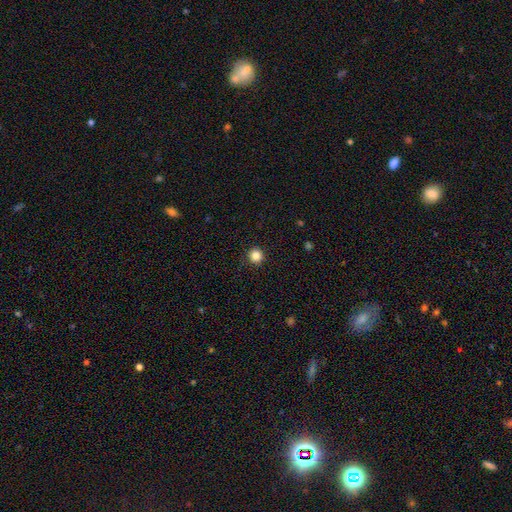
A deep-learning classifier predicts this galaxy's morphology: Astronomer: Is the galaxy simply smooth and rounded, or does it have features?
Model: smooth — 85%.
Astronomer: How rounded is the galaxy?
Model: round — 95%.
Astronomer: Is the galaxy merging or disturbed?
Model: none — 92%.